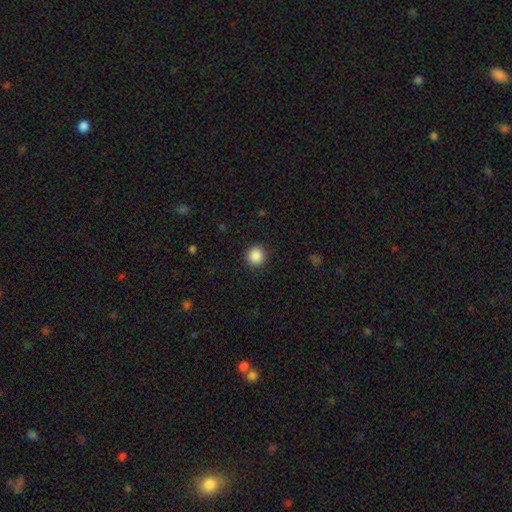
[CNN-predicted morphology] Smooth or featured?
  - smooth: 87% *
  - star or artifact: 9%
  - featured or disk: 3%
How rounded?
  - round: 93% *
  - in between: 6%
  - cigar-shaped: 1%
Merging?
  - none: 91% *
  - minor disturbance: 5%
  - major disturbance: 2%
  - merger: 1%